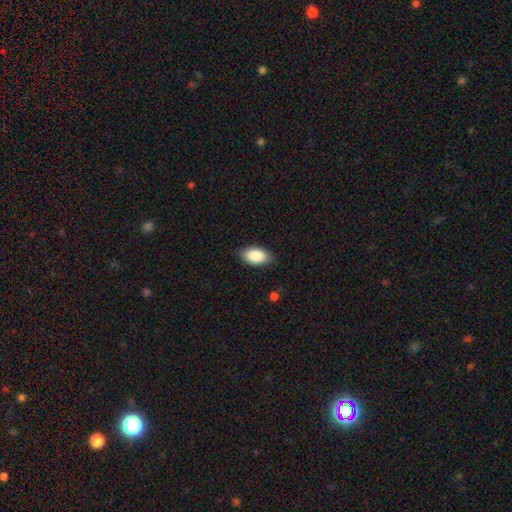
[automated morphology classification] smooth_or_featured: smooth (p=0.89) [alt: star or artifact p=0.06]
how_rounded: in between (p=0.94) [alt: round p=0.03]
merging: none (p=0.85) [alt: minor disturbance p=0.12]